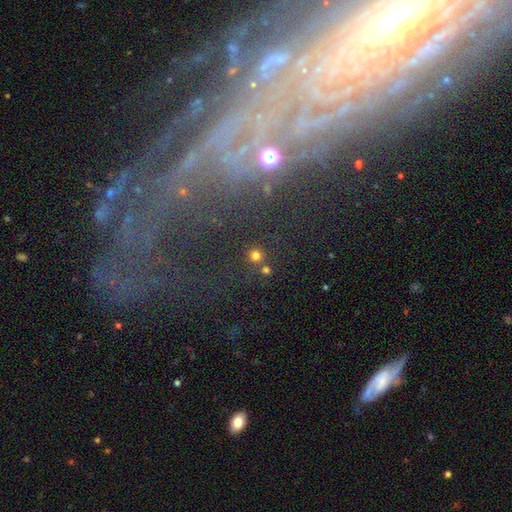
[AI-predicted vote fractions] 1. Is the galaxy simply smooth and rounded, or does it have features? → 73% smooth, 21% star or artifact, 7% featured or disk.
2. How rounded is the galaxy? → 94% round, 5% in between, 1% cigar-shaped.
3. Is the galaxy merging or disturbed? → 77% none, 12% merger, 7% minor disturbance, 4% major disturbance.